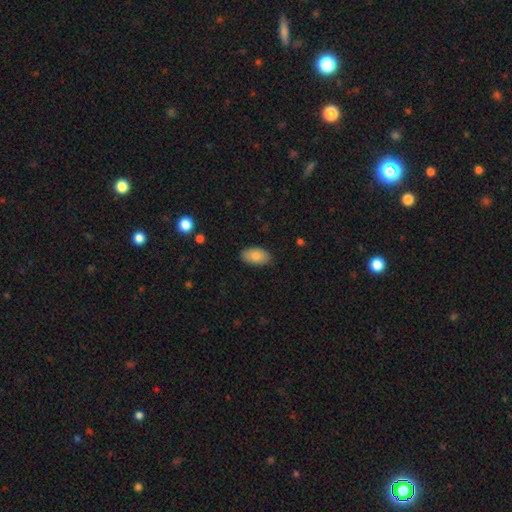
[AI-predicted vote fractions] smooth_or_featured: smooth (p=0.82) [alt: featured or disk p=0.11]
how_rounded: in between (p=0.94) [alt: round p=0.05]
merging: none (p=0.85) [alt: minor disturbance p=0.12]